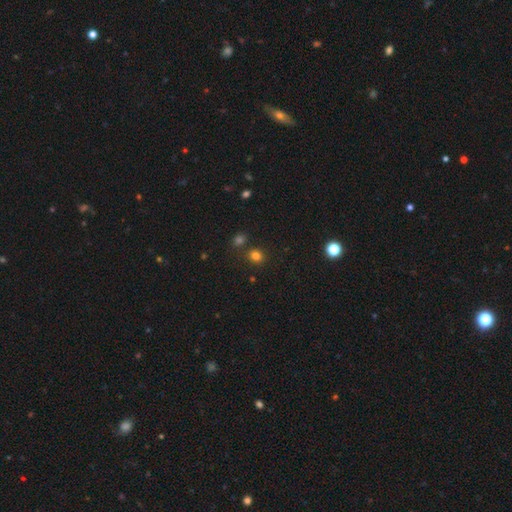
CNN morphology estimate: This is likely a smooth galaxy (78%). How rounded: likely round (77%). Merging: likely none (78%).